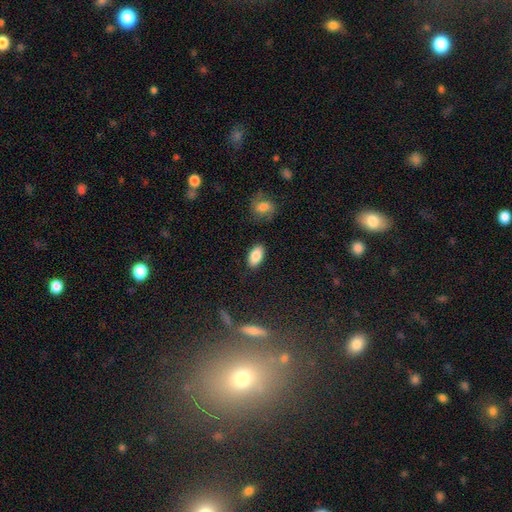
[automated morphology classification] Smooth or featured? smooth (86%)
How rounded? in between (93%)
Merging? none (86%)